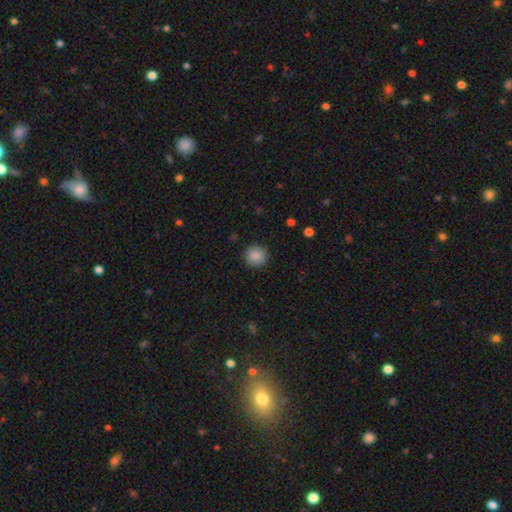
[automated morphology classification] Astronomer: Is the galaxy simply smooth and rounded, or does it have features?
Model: smooth — 88%.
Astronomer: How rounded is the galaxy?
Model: round — 92%.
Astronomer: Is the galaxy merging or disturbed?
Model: none — 91%.